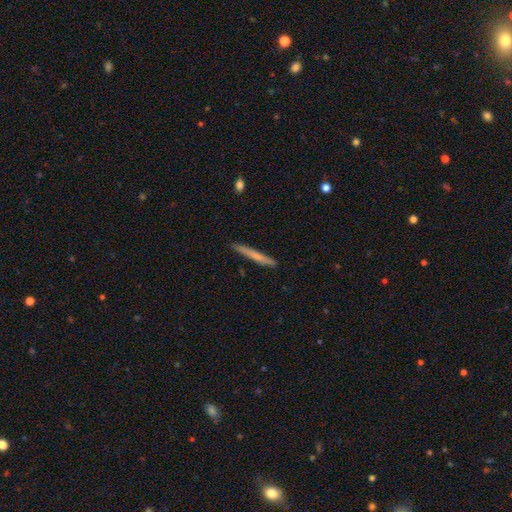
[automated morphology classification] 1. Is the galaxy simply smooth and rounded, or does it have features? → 61% smooth, 33% featured or disk, 6% star or artifact.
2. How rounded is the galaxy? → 97% cigar-shaped, 2% in between, 1% round.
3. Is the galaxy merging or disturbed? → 90% none, 7% minor disturbance, 1% major disturbance, 1% merger.